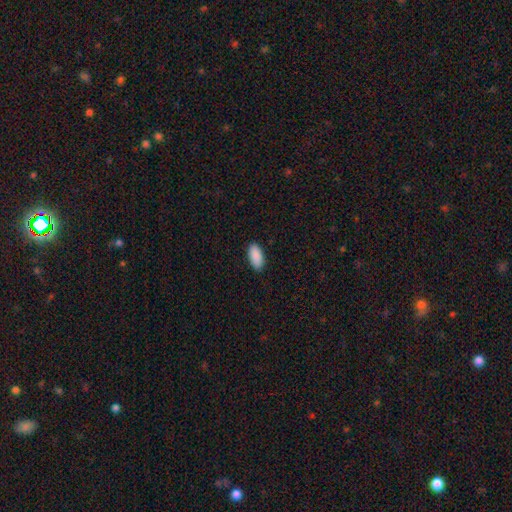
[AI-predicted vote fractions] This appears to be a smooth galaxy with no disk features (91%) that is in between round and cigar-shaped (93%). Merging: none (89%).